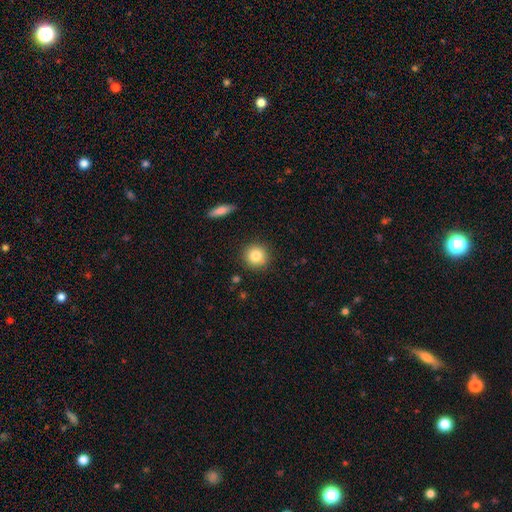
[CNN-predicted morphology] The model was most divided on "smooth or featured": smooth: 83%, star or artifact: 9%, featured or disk: 8%. More confident: how rounded — round (92%); merging — none (90%).